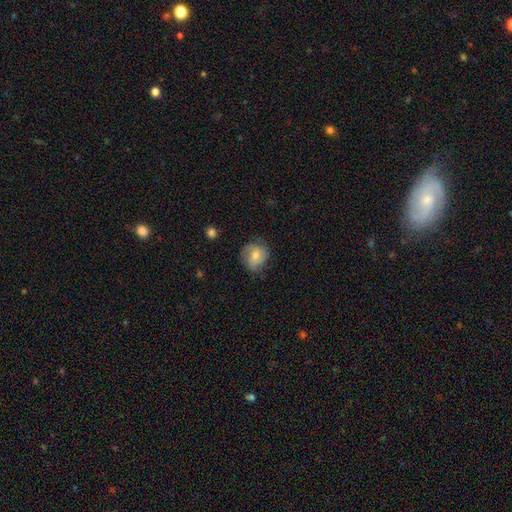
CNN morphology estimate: Smooth or featured? Predicted: smooth (p=0.59). How rounded? Predicted: round (p=0.78). Merging? Predicted: none (p=0.70).